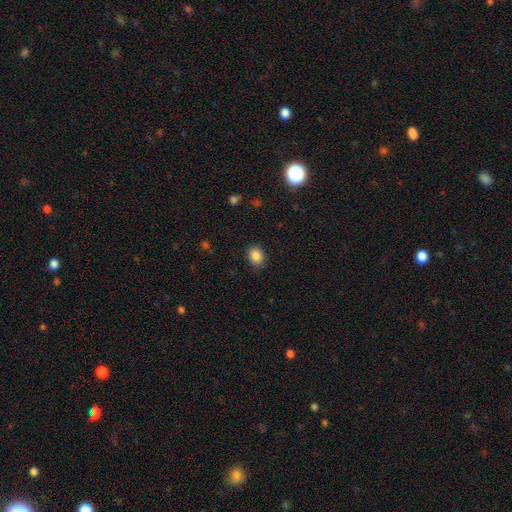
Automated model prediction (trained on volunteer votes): Smooth or featured?
  - smooth: 87% *
  - star or artifact: 10%
  - featured or disk: 3%
How rounded?
  - in between: 51% *
  - round: 48%
  - cigar-shaped: 1%
Merging?
  - none: 86% *
  - minor disturbance: 10%
  - major disturbance: 3%
  - merger: 1%